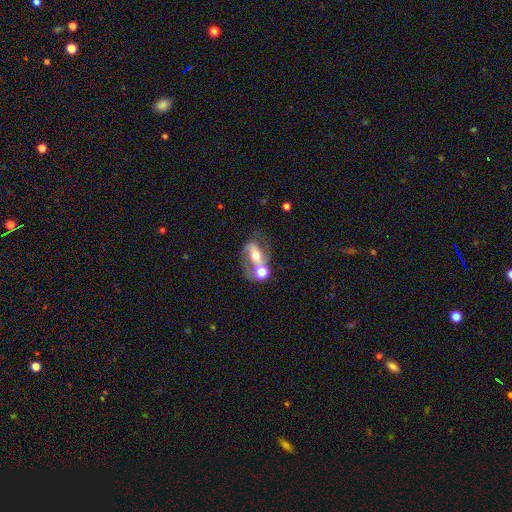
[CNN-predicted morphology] Overall: featured or disk (69%). Edge-on disk: no (95%). Bar: strong (35%, tied with no). Spiral arms: yes (82%). Spiral arm count: 2 (81%). Spiral winding: medium (47%; loose 35%). Bulge size: moderate (64%). Merging: none (42%; merger 30%).